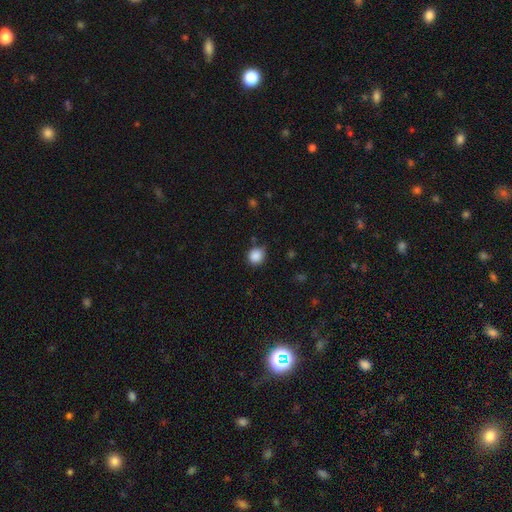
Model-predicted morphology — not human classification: This appears to be a smooth galaxy with no disk features (87%) that is round (83%). Merging: none (75%).